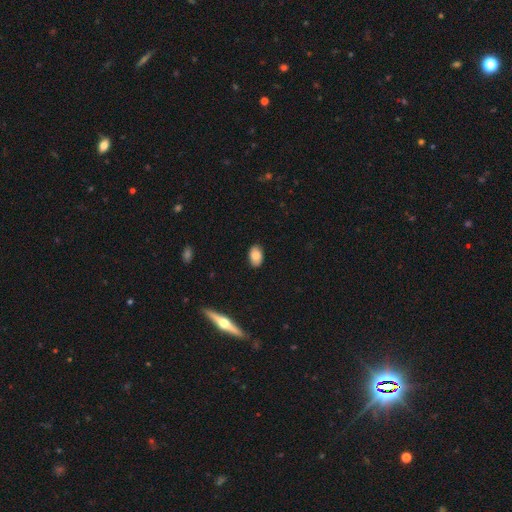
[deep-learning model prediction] smooth 84%, featured or disk 9%, star or artifact 7%. Down the decision tree: how rounded — in between (89%); merging — none (87%).